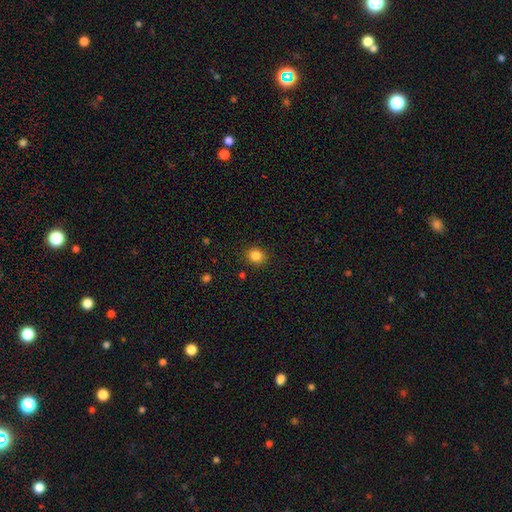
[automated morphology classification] The model was most divided on "how rounded": round: 81%, in between: 18%, cigar-shaped: 1%. More confident: merging — none (89%); smooth or featured — smooth (85%).